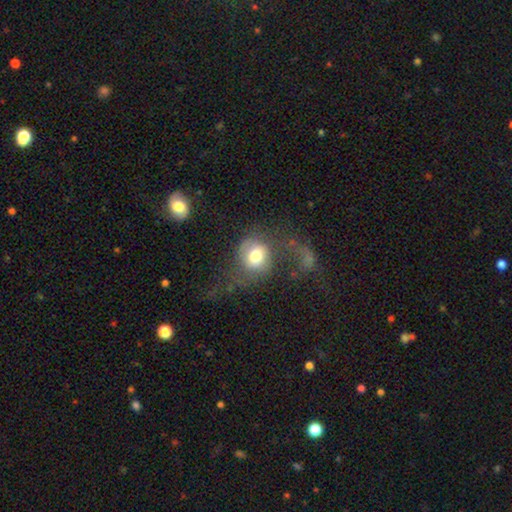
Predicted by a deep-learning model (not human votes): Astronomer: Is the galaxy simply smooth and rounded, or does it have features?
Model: smooth — 64%.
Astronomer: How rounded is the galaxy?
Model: round — 74%.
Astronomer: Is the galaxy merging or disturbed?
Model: major disturbance — 52% (runner-up: none, 27%).